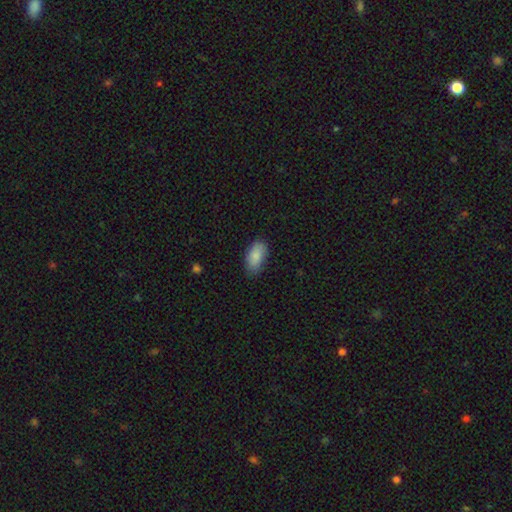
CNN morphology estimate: Smooth or featured? Predicted: smooth (p=0.86). How rounded? Predicted: in between (p=0.93). Merging? Predicted: none (p=0.78).